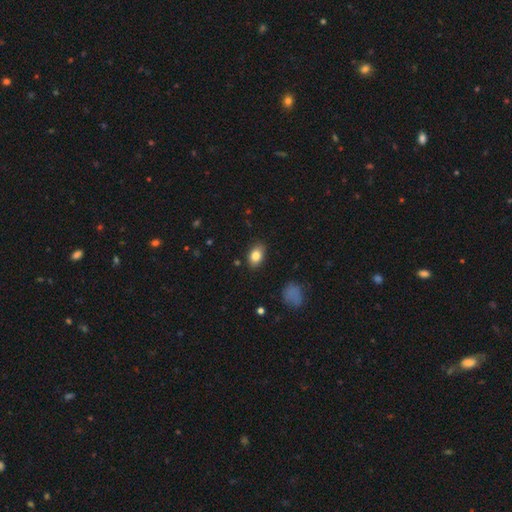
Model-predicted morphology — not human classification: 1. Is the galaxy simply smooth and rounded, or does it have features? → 83% smooth, 8% star or artifact, 8% featured or disk.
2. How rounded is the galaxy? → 85% in between, 14% round, 1% cigar-shaped.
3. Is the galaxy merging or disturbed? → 85% none, 11% minor disturbance, 2% major disturbance, 1% merger.